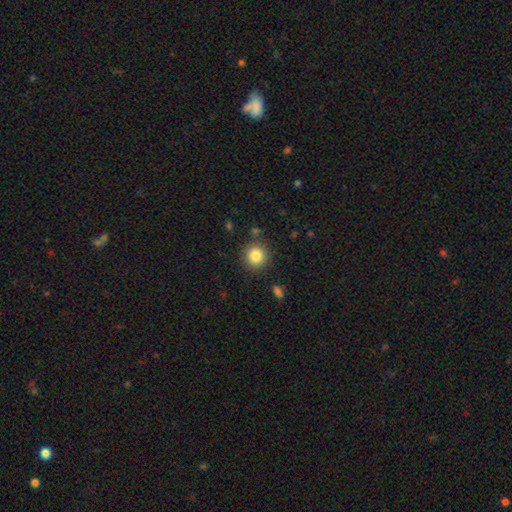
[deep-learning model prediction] Smooth or featured: smooth — 84% (star or artifact — 10%)
How rounded: round — 92% (in between — 7%)
Merging: none — 87% (minor disturbance — 8%)